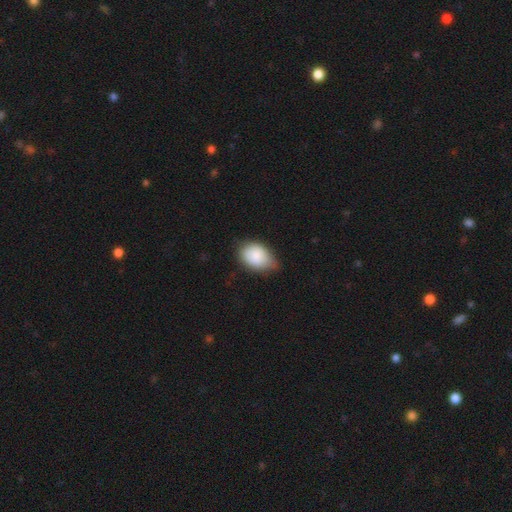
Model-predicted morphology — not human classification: A smooth galaxy with no disk features (86%) that is in between round and cigar-shaped (82%). Merging: none (48%).